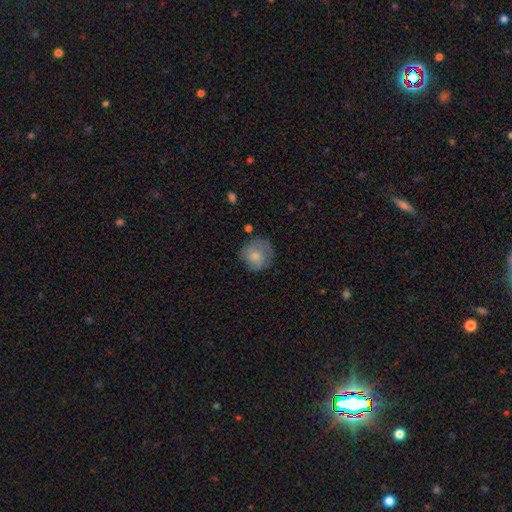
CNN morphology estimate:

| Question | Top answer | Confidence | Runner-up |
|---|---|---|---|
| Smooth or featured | smooth | 74% | featured or disk (18%) |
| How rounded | round | 86% | in between (13%) |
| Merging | none | 65% | minor disturbance (23%) |